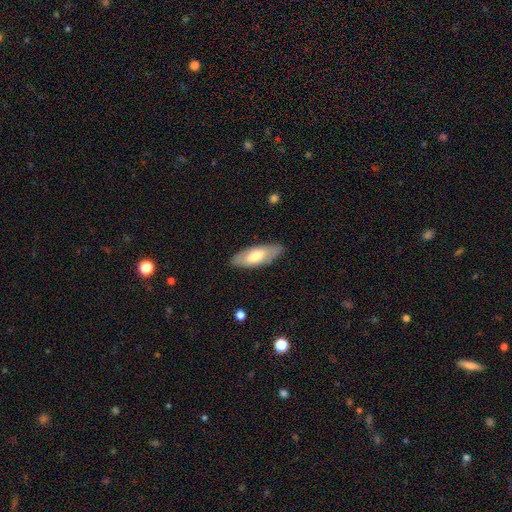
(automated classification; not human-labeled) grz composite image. It shows a smooth galaxy with no disk features (61%) that is in between round and cigar-shaped (75%). Merging: none (86%).